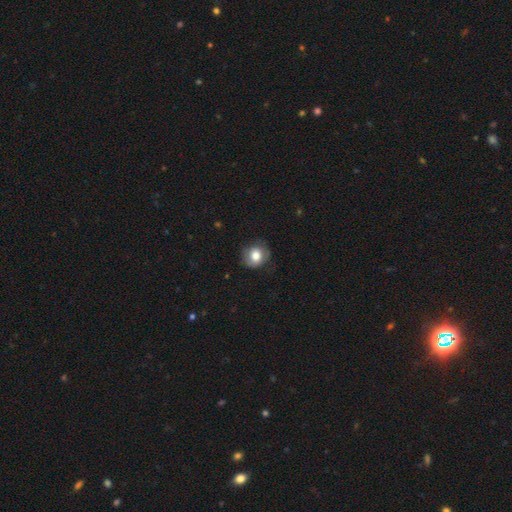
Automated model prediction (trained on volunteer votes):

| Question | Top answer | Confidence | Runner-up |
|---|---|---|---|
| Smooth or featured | smooth | 76% | featured or disk (16%) |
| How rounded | round | 76% | in between (23%) |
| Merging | none | 71% | minor disturbance (21%) |